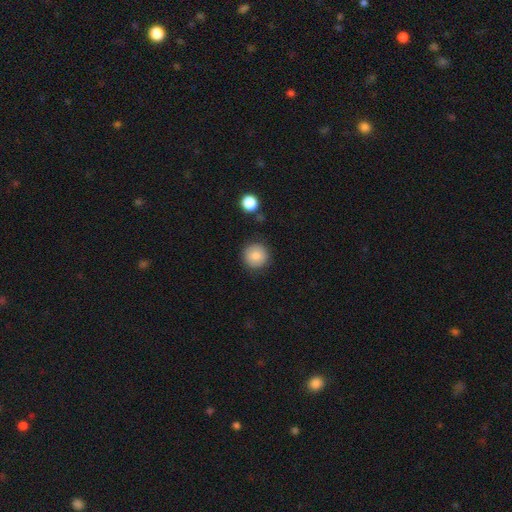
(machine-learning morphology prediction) Smooth or featured: smooth — 83% (star or artifact — 9%)
How rounded: round — 94% (in between — 5%)
Merging: none — 88% (minor disturbance — 8%)